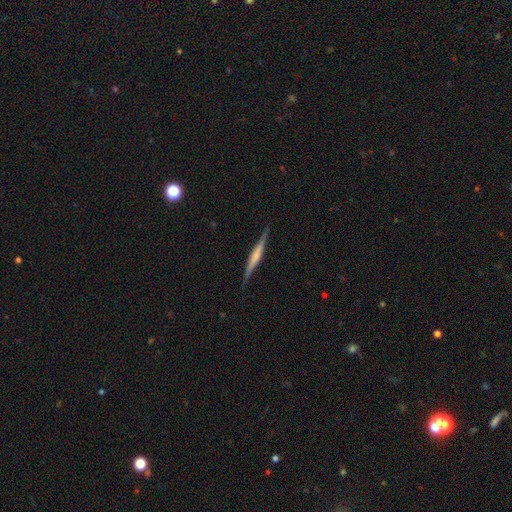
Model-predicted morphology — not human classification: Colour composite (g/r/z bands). It shows a featured or disk galaxy (66%) viewed edge-on (97%) with no central bulge (34%, tied with rounded). Merging: none (87%).